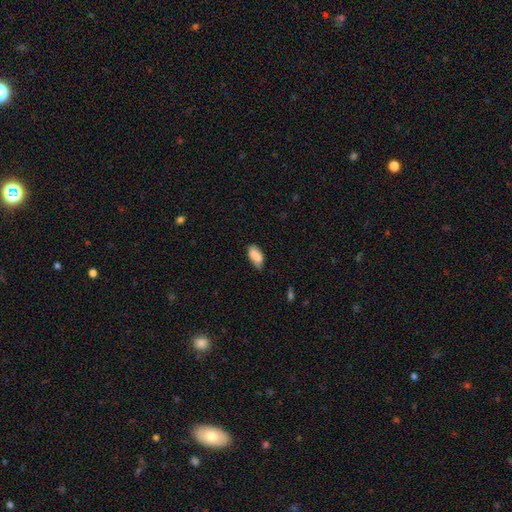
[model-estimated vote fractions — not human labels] smooth-or-featured: smooth: 85% | featured or disk: 8% | star or artifact: 7%
  how-rounded: in between: 90% | cigar-shaped: 7% | round: 3%
  merging: none: 58% | minor disturbance: 33% | major disturbance: 6% | merger: 3%